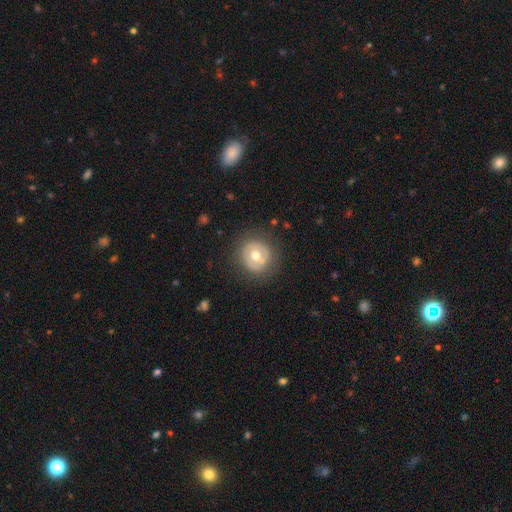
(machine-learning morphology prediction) smooth-or-featured: smooth: 48% | featured or disk: 43% | star or artifact: 8%
  merging: none: 74% | minor disturbance: 15% | major disturbance: 6% | merger: 6%